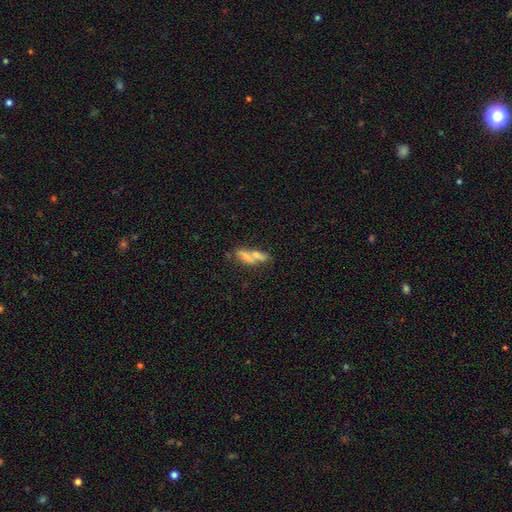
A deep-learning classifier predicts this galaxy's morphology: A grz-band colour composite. It shows a smooth galaxy with no disk features (55%) that is cigar-shaped (52%). Merging: merger (38%).